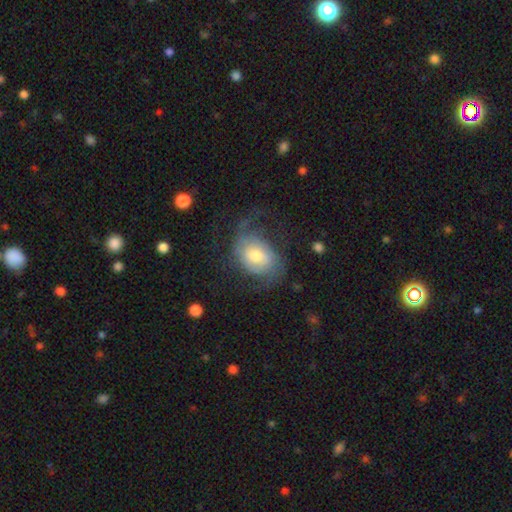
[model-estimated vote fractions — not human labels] A featured or disk galaxy (58%) with no bar (63%), spiral arms (81%) and a moderate central bulge (64%).

Vote fractions:
- Smooth or featured? featured or disk: 58% / smooth: 34% / star or artifact: 8%
- Edge-on disk? no: 96% / yes: 4%
- Bar? no: 63% / weak: 30% / strong: 6%
- Spiral arms? yes: 81% / no: 19%
- Bulge size? moderate: 64% / small: 22% / large: 11% / dominant: 2% / none: 2%
- Merging? none: 48% / major disturbance: 29% / minor disturbance: 22% / merger: 2%